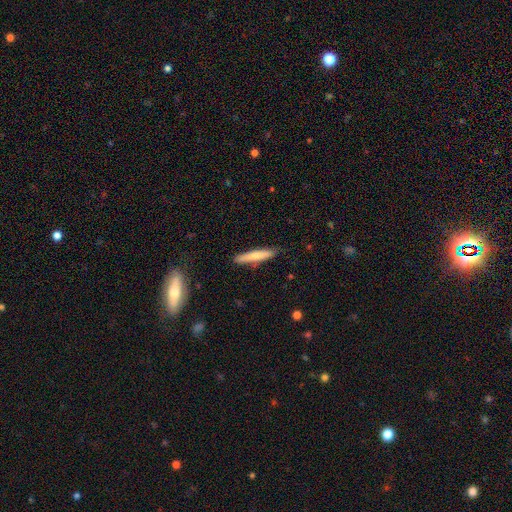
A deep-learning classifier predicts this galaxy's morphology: type=smooth (71%); roundness=cigar-shaped (91%); merging=none (84%).